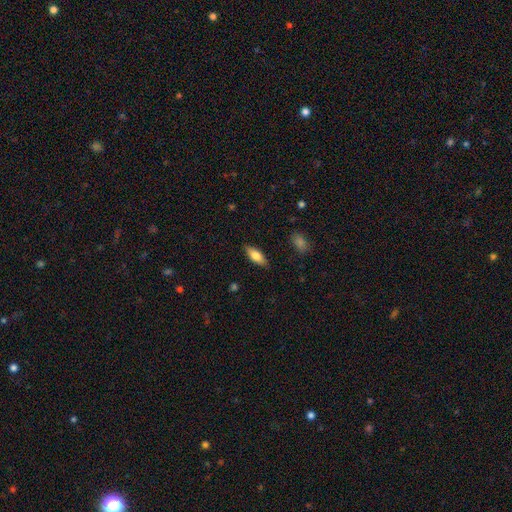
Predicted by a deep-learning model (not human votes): A smooth galaxy with no disk features (71%) that is in between round and cigar-shaped (71%).

Vote fractions:
- Smooth or featured? smooth: 71% / featured or disk: 23% / star or artifact: 6%
- How rounded? in between: 71% / cigar-shaped: 27% / round: 2%
- Merging? none: 86% / minor disturbance: 10% / major disturbance: 2% / merger: 1%